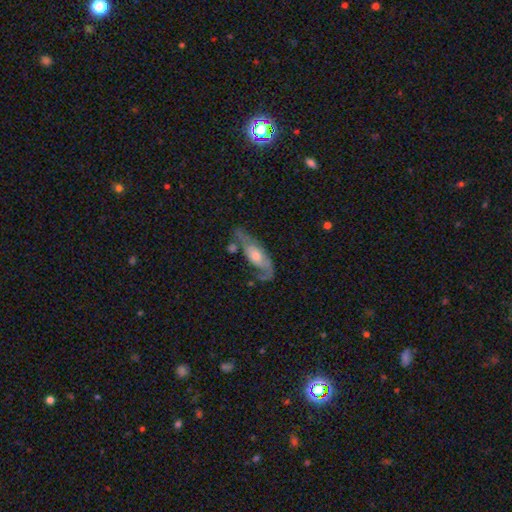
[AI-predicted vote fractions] This is likely a featured or disk galaxy (69%). It is clearly not viewed edge-on (81%). Bar: likely no (70%). Spiral arm pattern: likely yes (79%). Central bulge: possibly moderate (57%). Merging: possibly none (54%).